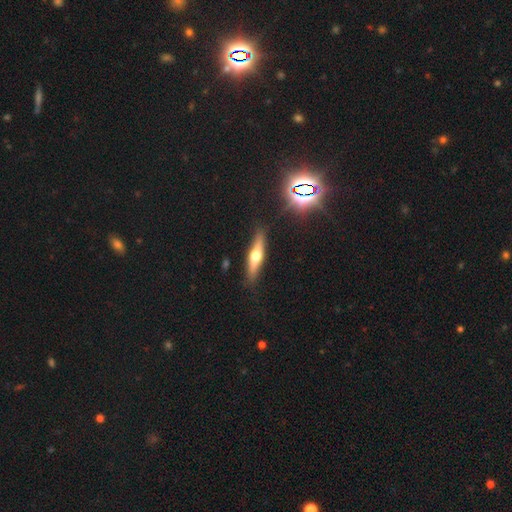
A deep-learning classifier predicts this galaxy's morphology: A featured or disk galaxy (55%) viewed edge-on (93%) with a rounded central bulge (94%). Merging: none (87%).